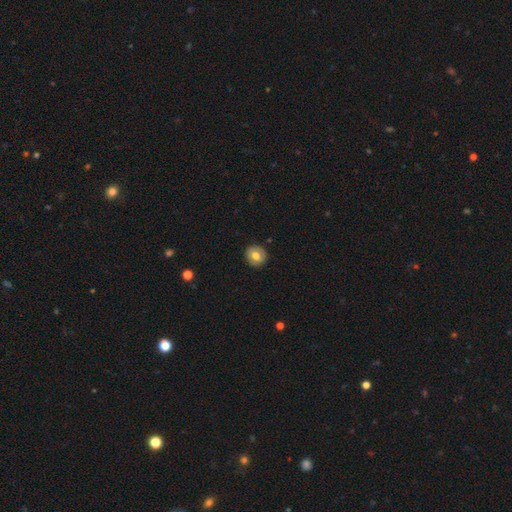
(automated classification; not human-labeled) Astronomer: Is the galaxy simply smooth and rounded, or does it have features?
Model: smooth — 69%.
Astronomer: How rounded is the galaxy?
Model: round — 89%.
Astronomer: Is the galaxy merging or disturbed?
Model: none — 89%.